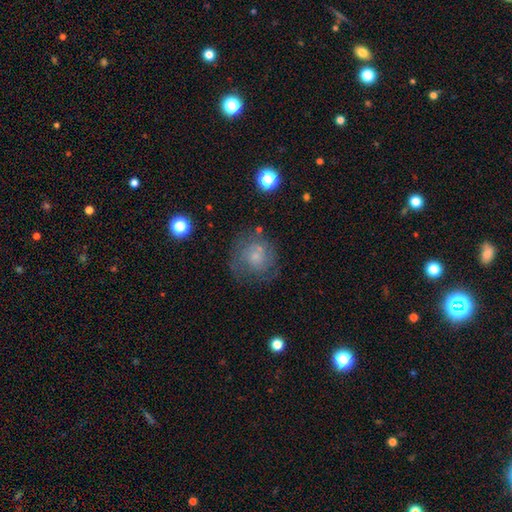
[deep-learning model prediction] Morphology: type=smooth (46%); merging=none (61%).